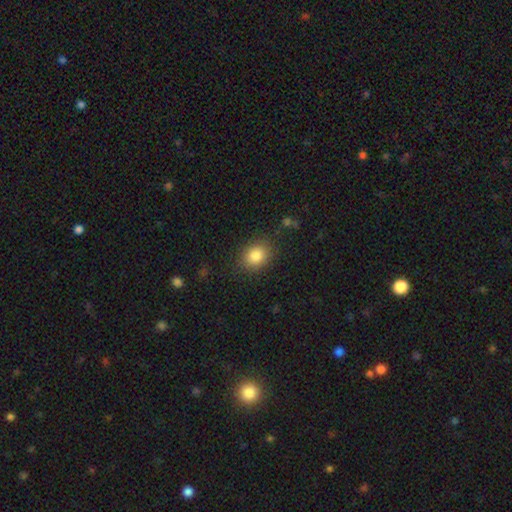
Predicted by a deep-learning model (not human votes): smooth_or_featured: smooth (p=0.84) [alt: star or artifact p=0.10]
how_rounded: round (p=0.52) [alt: in between p=0.47]
merging: none (p=0.83) [alt: minor disturbance p=0.12]